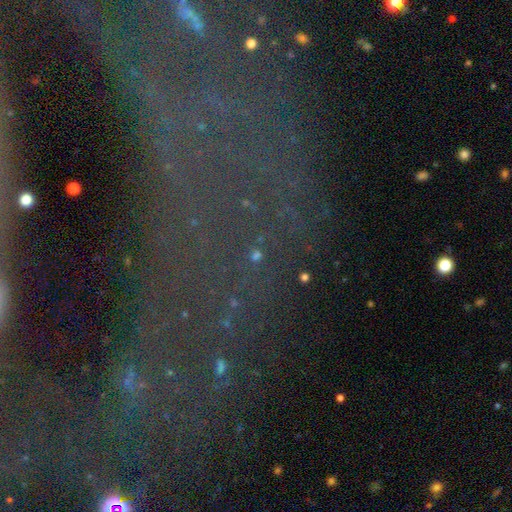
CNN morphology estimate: A star or artifact, not a galaxy (71%).